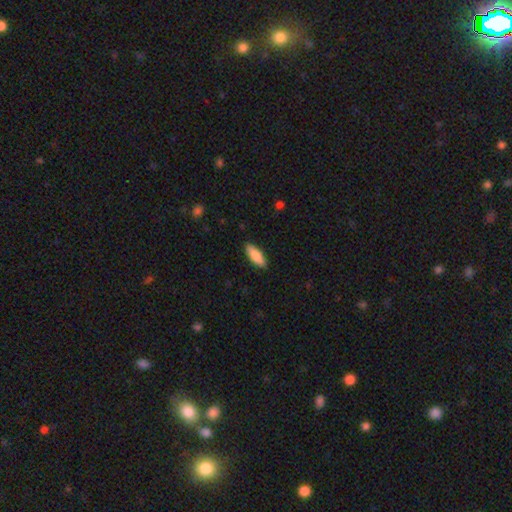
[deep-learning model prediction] Smooth or featured? smooth (81%)
How rounded? in between (64%)
Merging? none (89%)